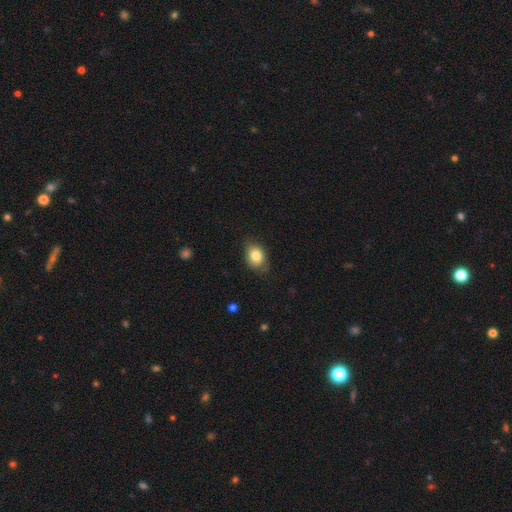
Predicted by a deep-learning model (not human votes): A smooth galaxy with no disk features (82%) that is in between round and cigar-shaped (67%). Merging: none (73%).